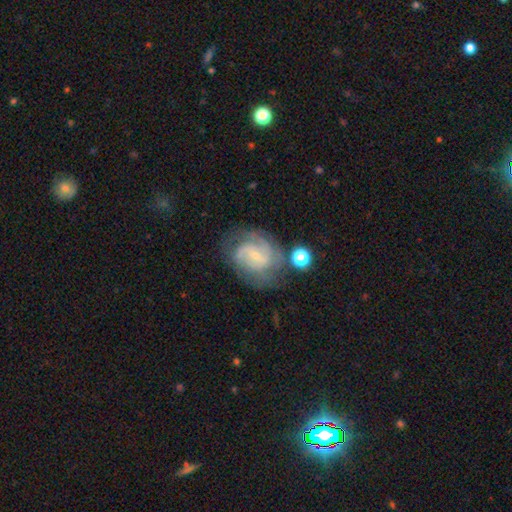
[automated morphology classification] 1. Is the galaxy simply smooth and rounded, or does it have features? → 79% featured or disk, 14% smooth, 7% star or artifact.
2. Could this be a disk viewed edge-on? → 97% no, 3% yes.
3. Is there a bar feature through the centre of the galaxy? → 47% weak, 41% no, 11% strong.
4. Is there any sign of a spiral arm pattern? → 93% yes, 7% no.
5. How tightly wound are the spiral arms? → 43% medium, 42% tight, 15% loose.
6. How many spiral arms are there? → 44% 2, 27% can't tell, 17% 3, 5% 1, 5% 4, 3% more than 4.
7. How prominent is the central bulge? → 76% small, 17% moderate, 5% none, 1% large, 1% dominant.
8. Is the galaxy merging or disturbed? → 59% none, 22% minor disturbance, 13% major disturbance, 6% merger.